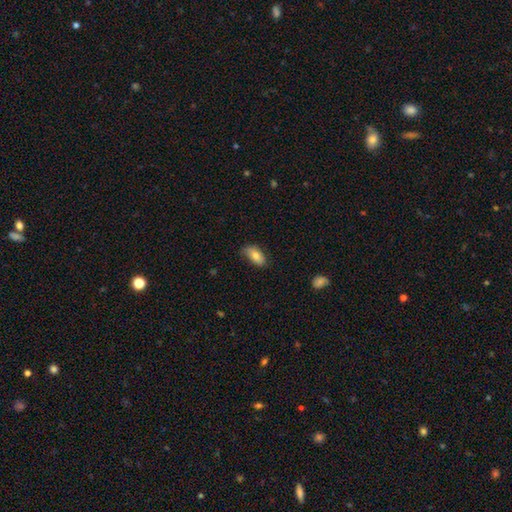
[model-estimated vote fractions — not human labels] Overall: smooth (79%). How rounded: in between (91%). Merging: none (71%).